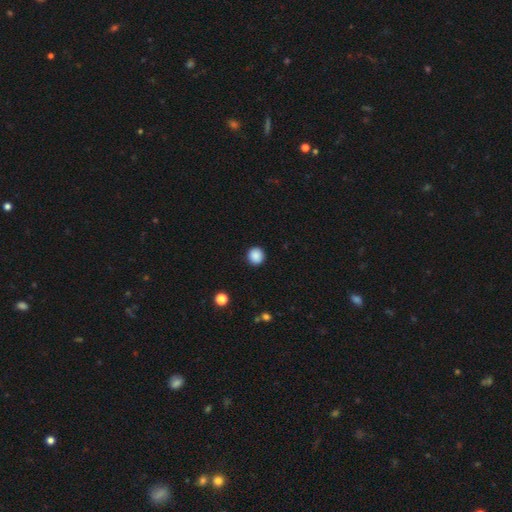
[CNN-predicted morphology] Q: Smooth or featured?
A: smooth (88%); runner-up: star or artifact (9%)
Q: How rounded?
A: round (92%); runner-up: in between (7%)
Q: Merging?
A: none (92%); runner-up: minor disturbance (5%)